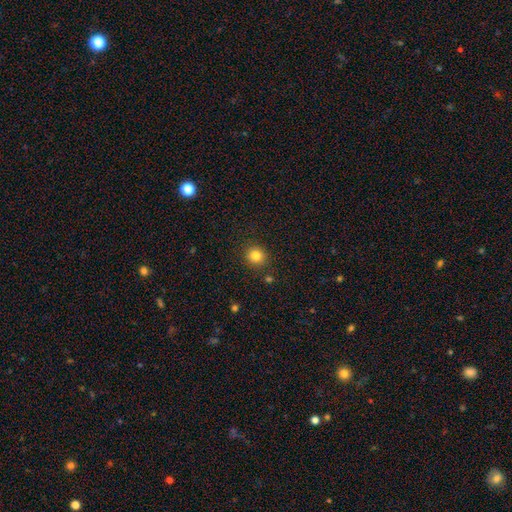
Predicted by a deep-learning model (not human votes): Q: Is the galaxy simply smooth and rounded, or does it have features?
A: smooth — 82%.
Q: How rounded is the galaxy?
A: round — 89%.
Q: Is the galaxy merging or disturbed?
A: none — 89%.